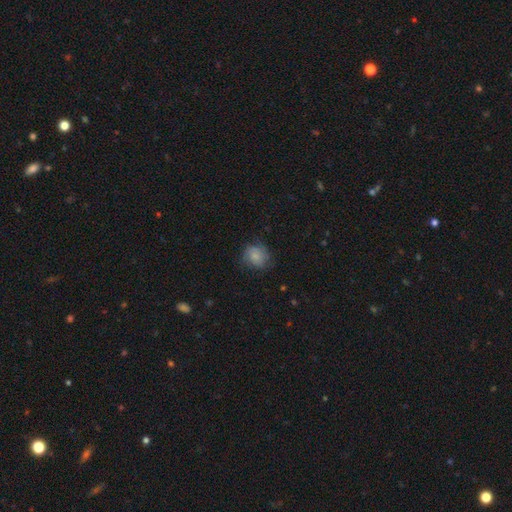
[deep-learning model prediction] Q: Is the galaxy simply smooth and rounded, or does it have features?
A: smooth — 70%.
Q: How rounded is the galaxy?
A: round — 72%.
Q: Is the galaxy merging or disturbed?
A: none — 66%.